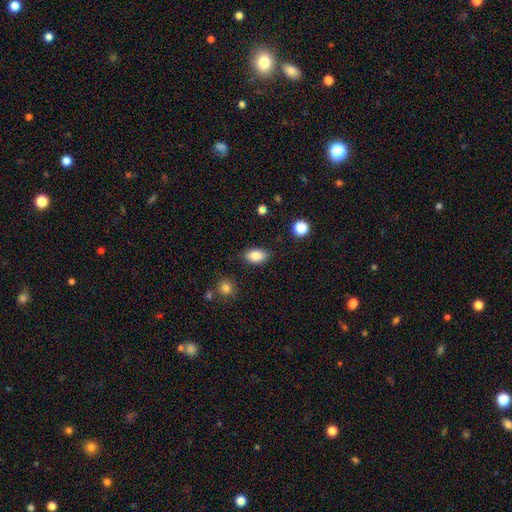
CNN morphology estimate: Overall: smooth (86%). How rounded: in between (89%). Merging: none (85%).